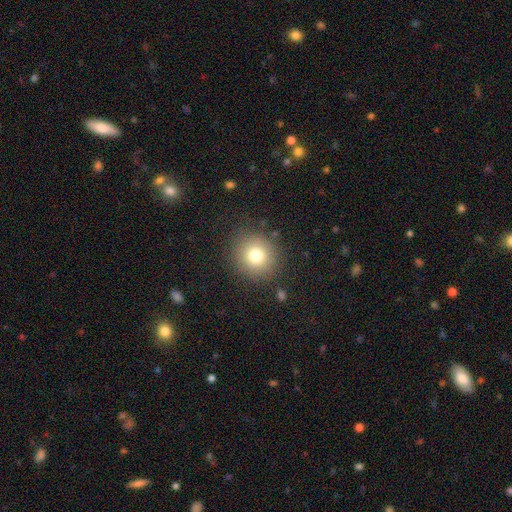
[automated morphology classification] Smooth or featured?
  - smooth: 78% *
  - star or artifact: 12%
  - featured or disk: 10%
How rounded?
  - round: 90% *
  - in between: 10%
  - cigar-shaped: 1%
Merging?
  - none: 86% *
  - minor disturbance: 8%
  - major disturbance: 4%
  - merger: 2%